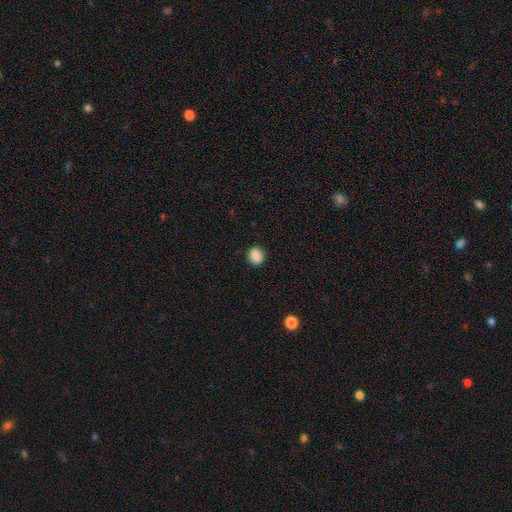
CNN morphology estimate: Smooth or featured?
  - smooth: 88% *
  - star or artifact: 9%
  - featured or disk: 4%
How rounded?
  - round: 59% *
  - in between: 40%
  - cigar-shaped: 1%
Merging?
  - none: 88% *
  - minor disturbance: 8%
  - major disturbance: 2%
  - merger: 1%